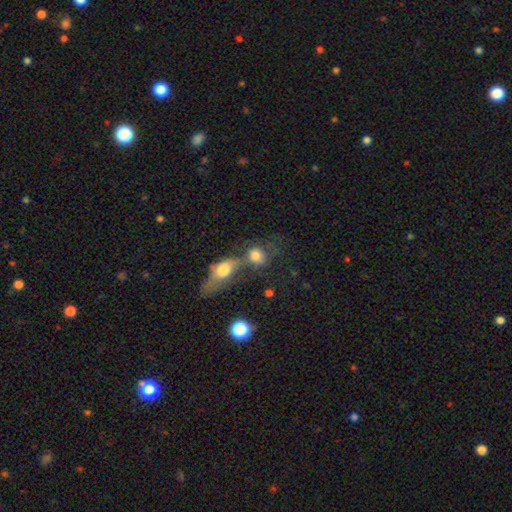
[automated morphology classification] type=smooth (72%); roundness=round (50%); merging=merger (57%).